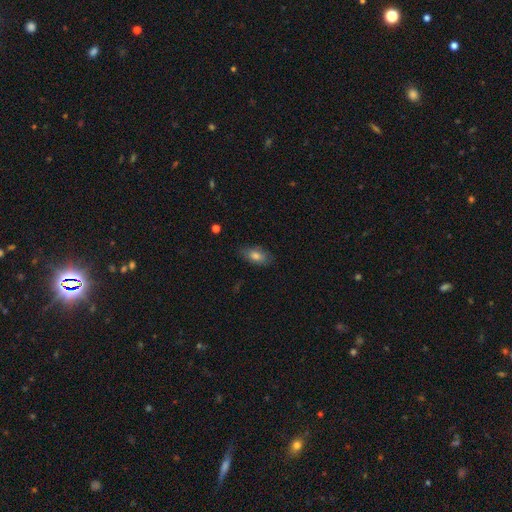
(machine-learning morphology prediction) A smooth galaxy with no disk features (78%) that is in between round and cigar-shaped (88%).

Vote fractions:
- Smooth or featured? smooth: 78% / featured or disk: 14% / star or artifact: 9%
- How rounded? in between: 88% / round: 6% / cigar-shaped: 6%
- Merging? none: 80% / minor disturbance: 16% / major disturbance: 3% / merger: 1%